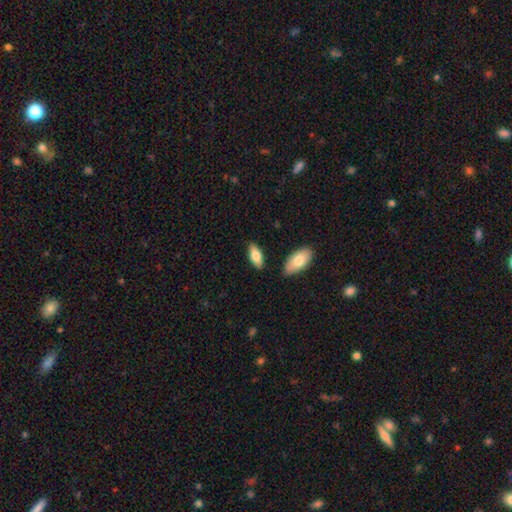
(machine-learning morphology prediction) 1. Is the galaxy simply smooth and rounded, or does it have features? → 79% smooth, 15% featured or disk, 6% star or artifact.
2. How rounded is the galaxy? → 84% in between, 14% cigar-shaped, 2% round.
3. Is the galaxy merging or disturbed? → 81% none, 11% minor disturbance, 5% merger, 2% major disturbance.